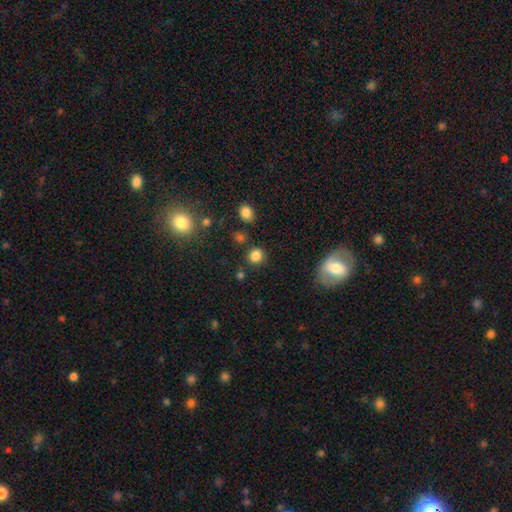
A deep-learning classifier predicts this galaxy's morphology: smooth_or_featured: smooth (p=0.83) [alt: star or artifact p=0.12]
how_rounded: round (p=0.86) [alt: in between p=0.13]
merging: none (p=0.84) [alt: minor disturbance p=0.08]